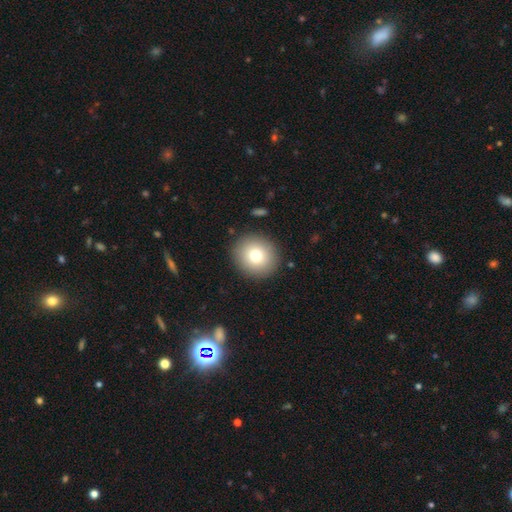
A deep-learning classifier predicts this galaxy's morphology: Smooth or featured?
  - smooth: 77% *
  - featured or disk: 13%
  - star or artifact: 10%
How rounded?
  - round: 88% *
  - in between: 11%
  - cigar-shaped: 1%
Merging?
  - none: 90% *
  - minor disturbance: 7%
  - major disturbance: 2%
  - merger: 1%